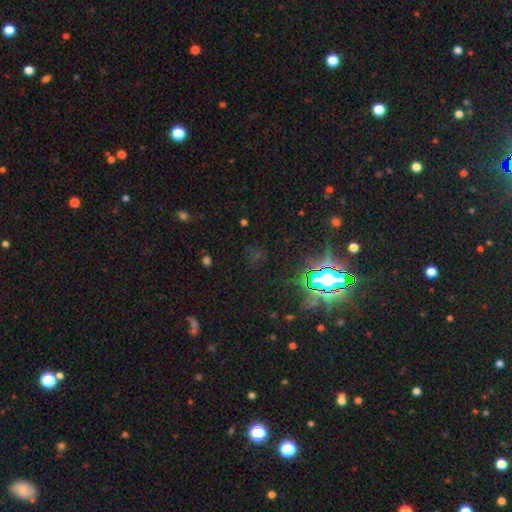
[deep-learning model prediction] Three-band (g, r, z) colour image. It shows a star or artifact, not a galaxy (74%).